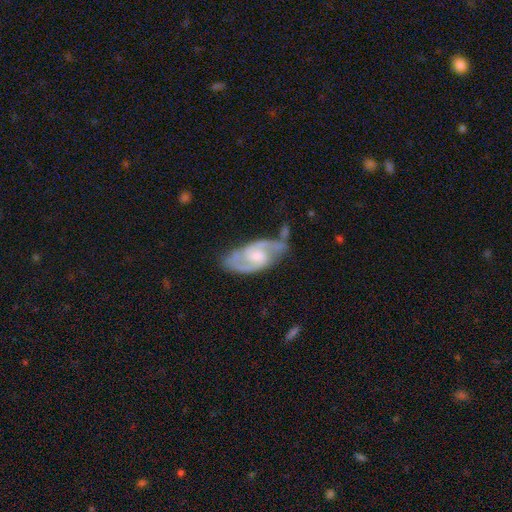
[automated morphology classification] The model was most divided on "bulge size": moderate: 43%, small: 36%, none: 11%, large: 8%, dominant: 1%. Remaining: spiral arms — yes (96%); edge-on disk — no (95%); spiral arm count — 2 (89%); smooth or featured — featured or disk (86%); merging — none (62%); spiral winding — medium (56%); bar — weak (49%).